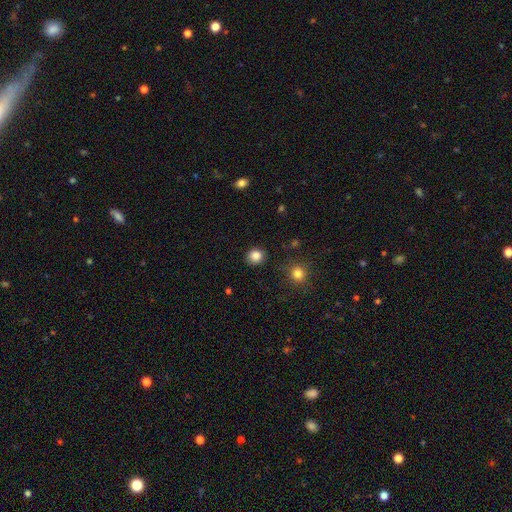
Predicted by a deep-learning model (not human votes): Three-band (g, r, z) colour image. It shows a smooth galaxy with no disk features (86%) that is round (83%). Merging: none (88%).